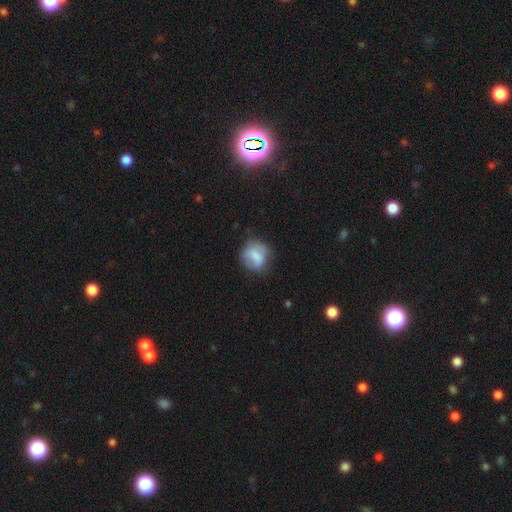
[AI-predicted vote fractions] Smooth or featured?
  - smooth: 68% *
  - featured or disk: 24%
  - star or artifact: 8%
How rounded?
  - round: 69% *
  - in between: 29%
  - cigar-shaped: 2%
Merging?
  - none: 61% *
  - minor disturbance: 26%
  - major disturbance: 10%
  - merger: 3%